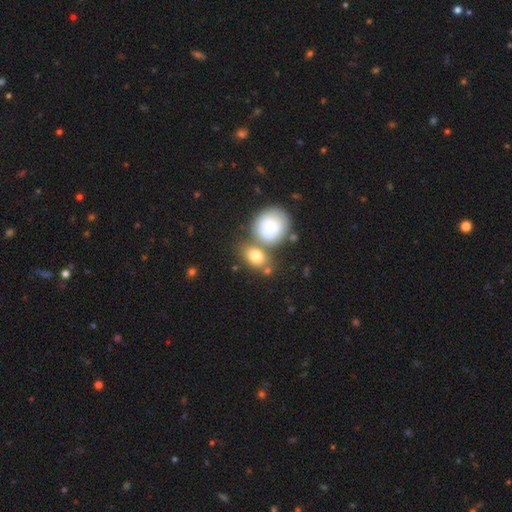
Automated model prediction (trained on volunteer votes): A smooth galaxy with no disk features (76%) that is in between round and cigar-shaped (58%). Merging: none (50%).